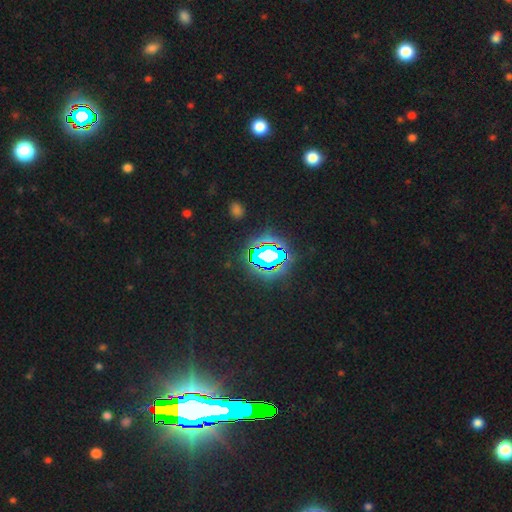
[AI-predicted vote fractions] Overall: star or artifact (76%).